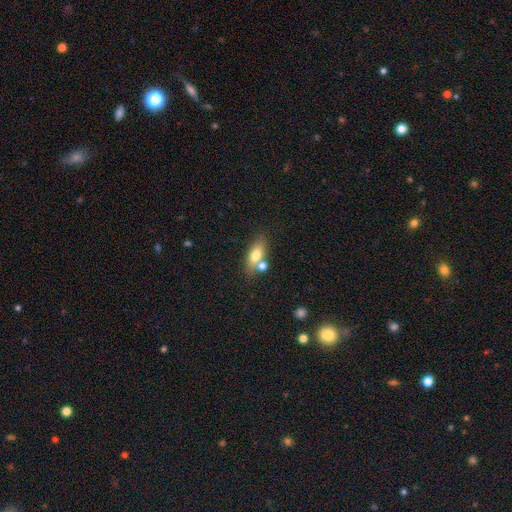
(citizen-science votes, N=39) Smooth or featured: smooth — 74% (featured or disk — 15%)
How rounded: in between — 79% (cigar-shaped — 21%)
Merging: none — 66% (merger — 29%)